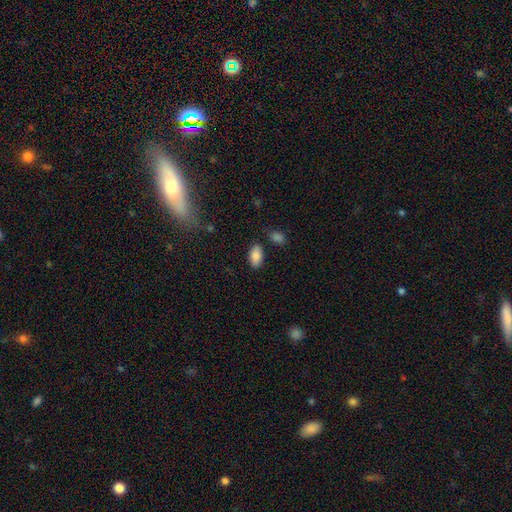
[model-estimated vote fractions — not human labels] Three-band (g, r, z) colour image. It shows a smooth galaxy with no disk features (87%) that is in between round and cigar-shaped (94%). Merging: none (80%).